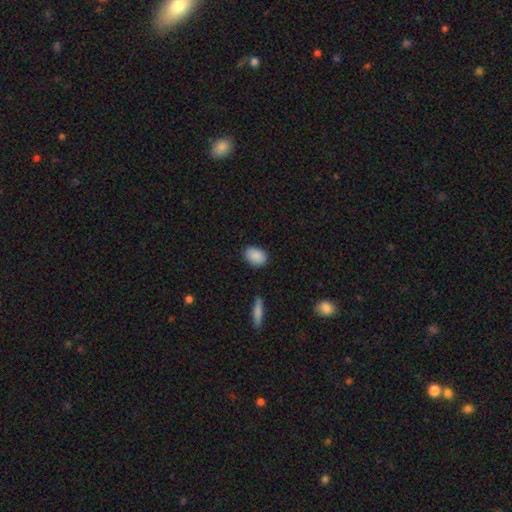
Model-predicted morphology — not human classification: Smooth or featured? Predicted: smooth (p=0.89). How rounded? Predicted: in between (p=0.77). Merging? Predicted: none (p=0.83).